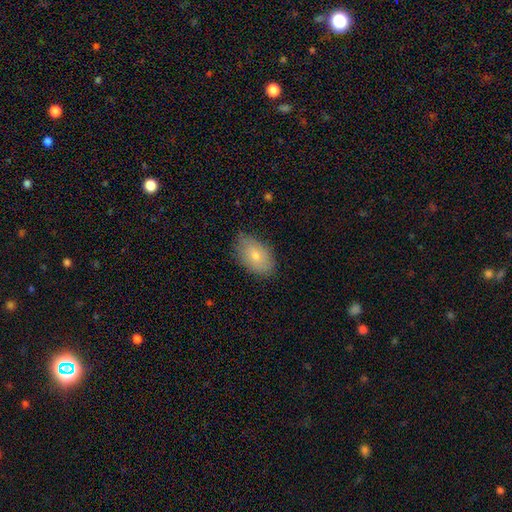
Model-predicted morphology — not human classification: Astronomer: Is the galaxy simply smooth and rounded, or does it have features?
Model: smooth — 73%.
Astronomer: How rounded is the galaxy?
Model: in between — 91%.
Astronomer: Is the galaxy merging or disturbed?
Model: none — 77%.